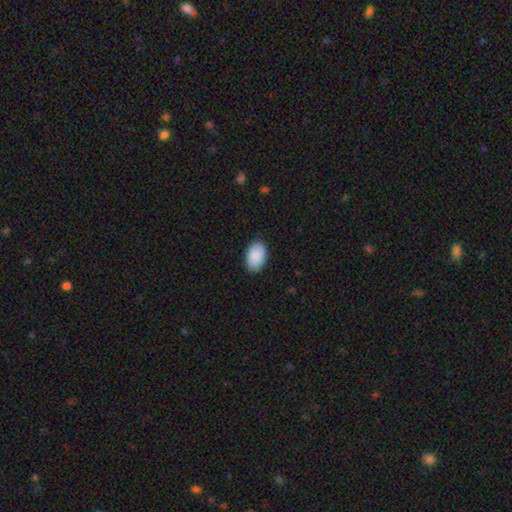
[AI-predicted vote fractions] This is clearly a smooth galaxy (91%). How rounded: clearly in between (93%). Merging: clearly none (88%).